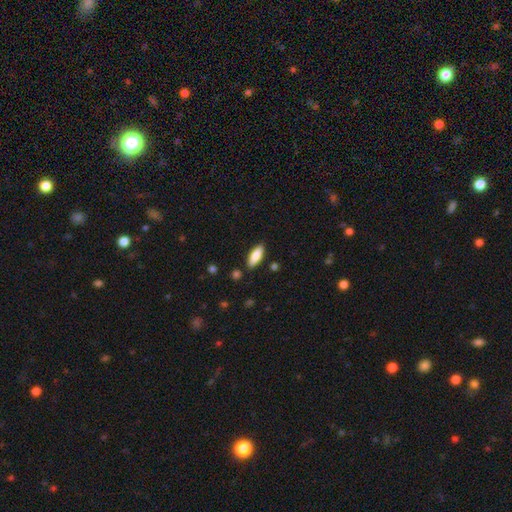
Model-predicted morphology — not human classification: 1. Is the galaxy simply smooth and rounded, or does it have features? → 81% smooth, 13% featured or disk, 6% star or artifact.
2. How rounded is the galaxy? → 65% in between, 33% cigar-shaped, 2% round.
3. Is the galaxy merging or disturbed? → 86% none, 10% minor disturbance, 2% major disturbance, 2% merger.